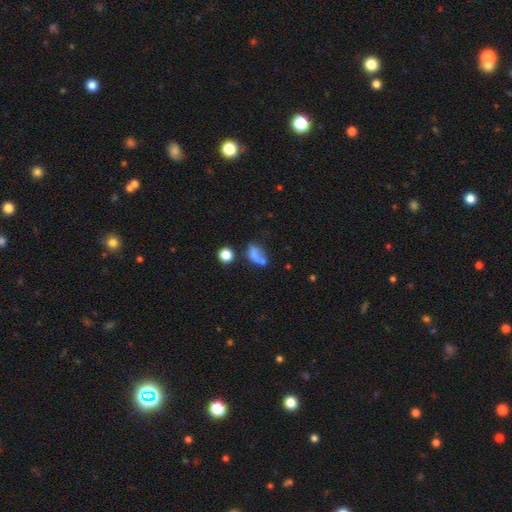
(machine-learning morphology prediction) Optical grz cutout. It shows a smooth galaxy with no disk features (63%) that is in between round and cigar-shaped (76%). Merging: none (32%, tied with merger).